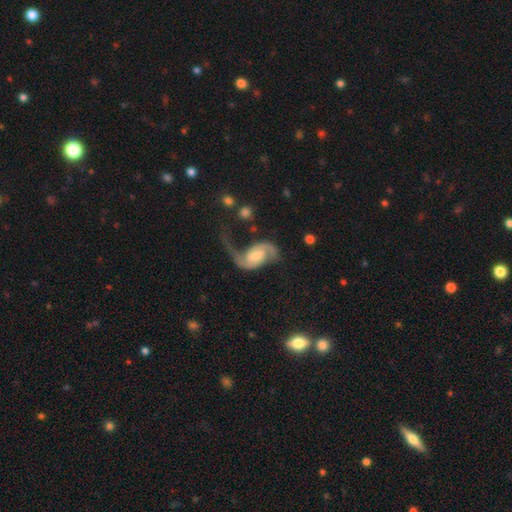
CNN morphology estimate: featured or disk 86%, smooth 9%, star or artifact 5%. Down the decision tree: edge-on disk — no (98%); bar — weak (48%); spiral arms — yes (96%); spiral arm count — 2 (87%); spiral winding — loose (51%); bulge size — moderate (43%); merging — major disturbance (40%).